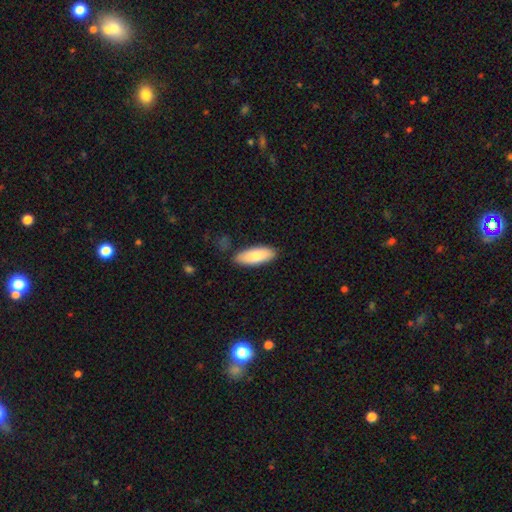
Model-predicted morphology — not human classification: smooth_or_featured: smooth (p=0.83) [alt: featured or disk p=0.12]
how_rounded: in between (p=0.72) [alt: cigar-shaped p=0.27]
merging: none (p=0.85) [alt: minor disturbance p=0.11]